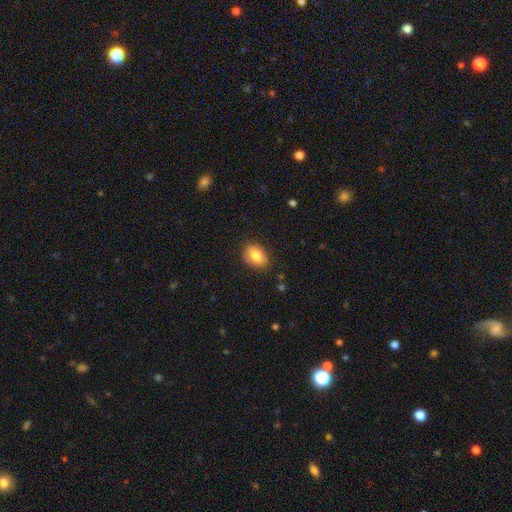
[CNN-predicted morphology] A smooth galaxy with no disk features (82%) that is in between round and cigar-shaped (62%). Merging: none (81%).